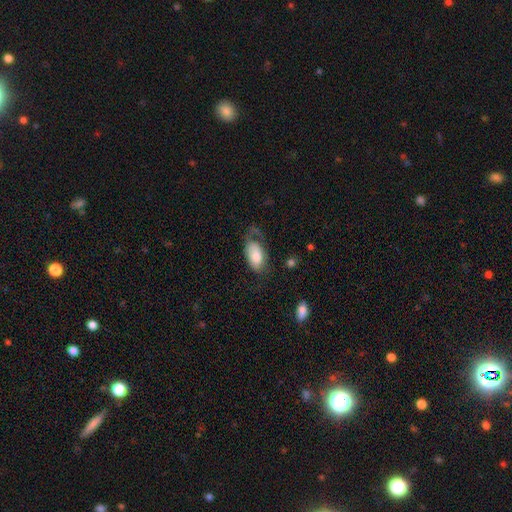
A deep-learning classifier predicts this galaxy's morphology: smooth 72%, featured or disk 22%, star or artifact 6%. Down the decision tree: how rounded — in between (94%); merging — major disturbance (36%).